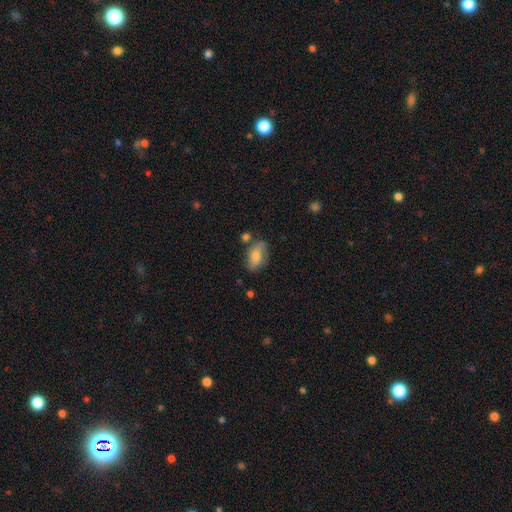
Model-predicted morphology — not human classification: Overall: smooth (64%; featured or disk 27%). How rounded: in between (88%). Merging: none (65%).